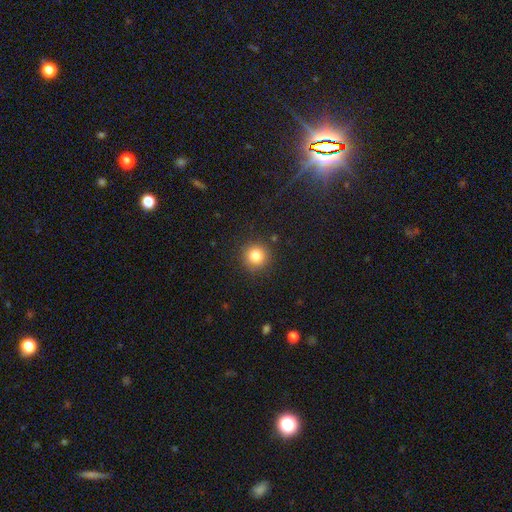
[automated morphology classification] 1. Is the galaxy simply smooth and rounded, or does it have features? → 82% smooth, 12% star or artifact, 6% featured or disk.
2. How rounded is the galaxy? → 94% round, 5% in between, 1% cigar-shaped.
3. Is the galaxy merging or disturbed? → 90% none, 7% minor disturbance, 2% major disturbance, 1% merger.